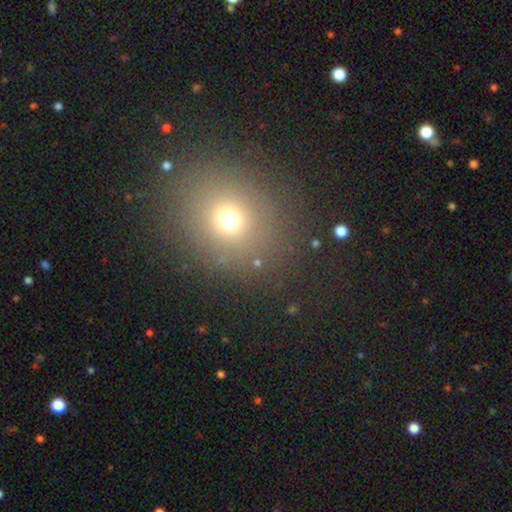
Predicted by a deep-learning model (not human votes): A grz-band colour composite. It shows a smooth galaxy with no disk features (65%) that is round (74%). Merging: none (87%).